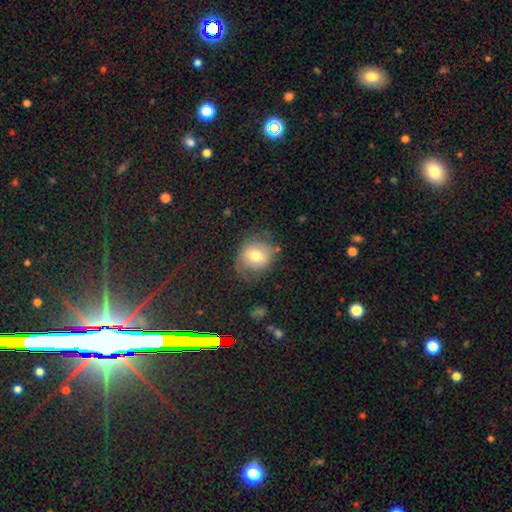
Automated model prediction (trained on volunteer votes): The model was most divided on "how rounded": round: 63%, in between: 36%, cigar-shaped: 1%. More confident: smooth or featured — smooth (68%); merging — none (63%).